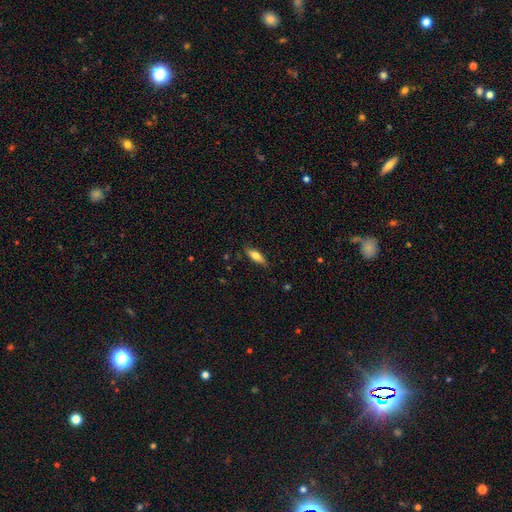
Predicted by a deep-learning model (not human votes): Smooth or featured?
  - smooth: 71% *
  - featured or disk: 23%
  - star or artifact: 6%
How rounded?
  - in between: 57% *
  - cigar-shaped: 41%
  - round: 2%
Merging?
  - none: 81% *
  - minor disturbance: 15%
  - major disturbance: 3%
  - merger: 1%